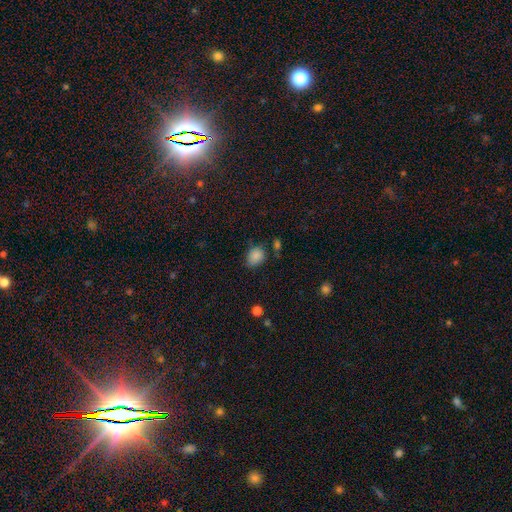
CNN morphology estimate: Smooth or featured? Predicted: smooth (p=0.84). How rounded? Predicted: round (p=0.50). Merging? Predicted: none (p=0.65).